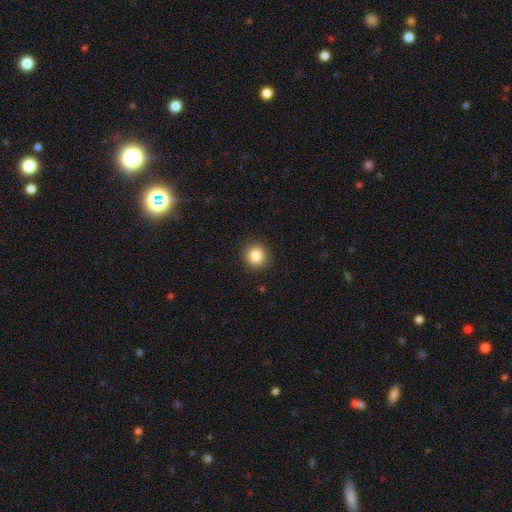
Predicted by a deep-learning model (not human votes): Smooth or featured?
  - smooth: 85% *
  - star or artifact: 10%
  - featured or disk: 4%
How rounded?
  - round: 92% *
  - in between: 7%
  - cigar-shaped: 1%
Merging?
  - none: 91% *
  - minor disturbance: 6%
  - major disturbance: 2%
  - merger: 1%